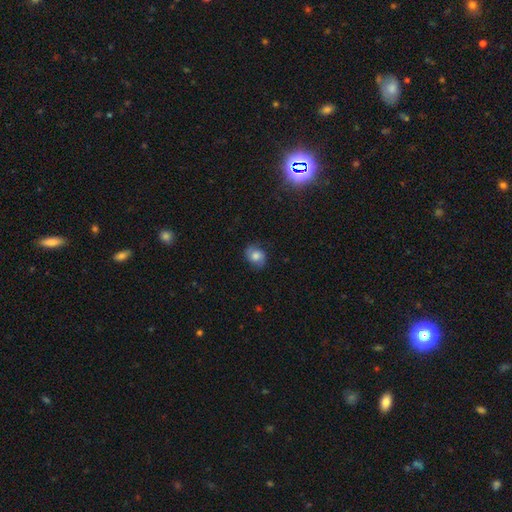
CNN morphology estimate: smooth-or-featured: smooth: 60% | featured or disk: 29% | star or artifact: 10%
  how-rounded: round: 55% | in between: 44% | cigar-shaped: 1%
  merging: none: 75% | minor disturbance: 18% | major disturbance: 6% | merger: 1%